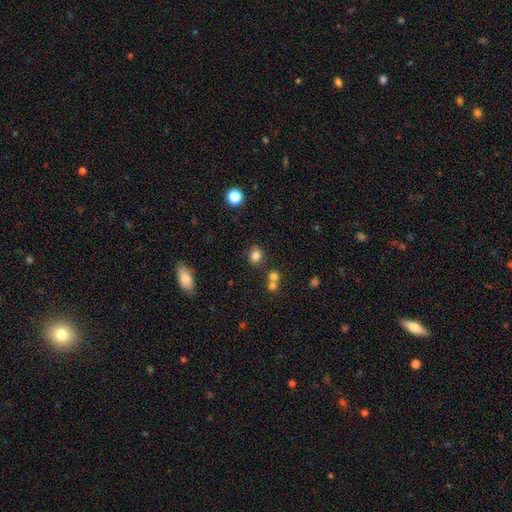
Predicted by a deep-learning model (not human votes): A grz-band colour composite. It shows a smooth galaxy with no disk features (80%) that is round (62%). Merging: none (73%).